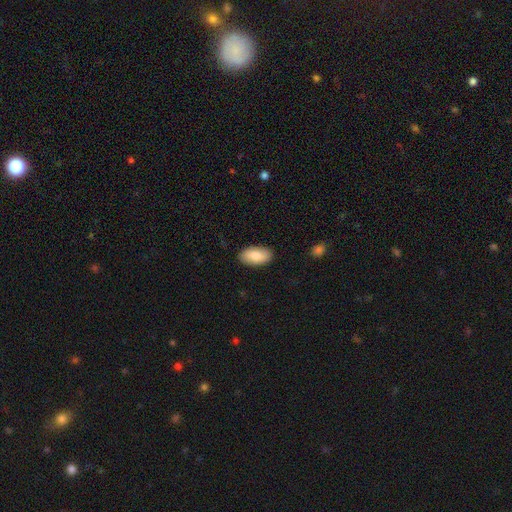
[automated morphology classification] The model was most divided on "smooth or featured": smooth: 81%, featured or disk: 13%, star or artifact: 6%. More confident: how rounded — in between (95%); merging — none (88%).